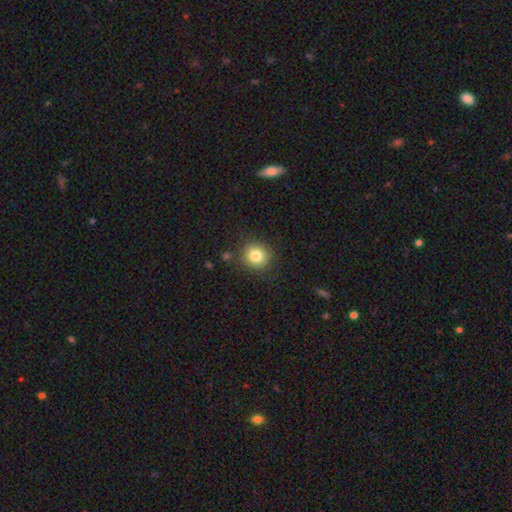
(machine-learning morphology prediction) The model was most divided on "smooth or featured": smooth: 81%, star or artifact: 11%, featured or disk: 7%. More confident: merging — none (86%); how rounded — round (86%).